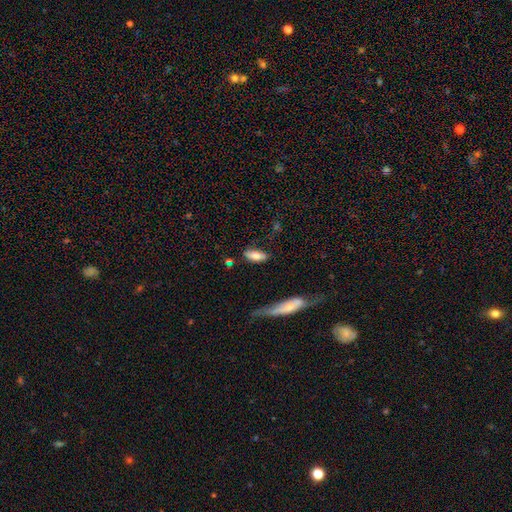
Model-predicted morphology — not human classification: A smooth galaxy with no disk features (74%) that is in between round and cigar-shaped (75%).

Vote fractions:
- Smooth or featured? smooth: 74% / featured or disk: 19% / star or artifact: 7%
- How rounded? in between: 75% / cigar-shaped: 23% / round: 3%
- Merging? none: 69% / minor disturbance: 19% / major disturbance: 7% / merger: 5%